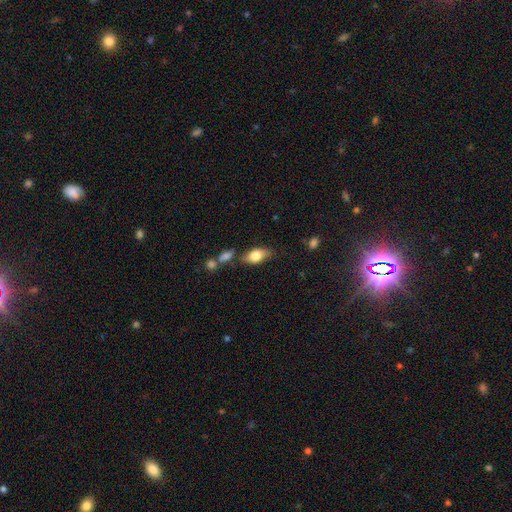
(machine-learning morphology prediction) smooth-or-featured: smooth: 74% | featured or disk: 19% | star or artifact: 7%
  how-rounded: in between: 86% | cigar-shaped: 7% | round: 7%
  merging: none: 63% | minor disturbance: 20% | merger: 11% | major disturbance: 6%